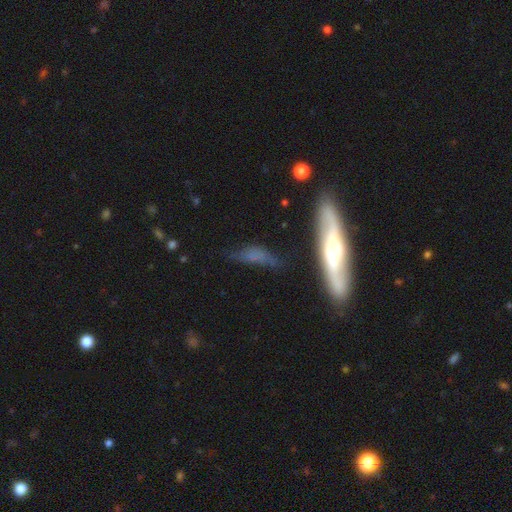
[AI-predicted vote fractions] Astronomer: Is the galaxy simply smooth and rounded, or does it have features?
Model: featured or disk — 45% (runner-up: smooth, 44%).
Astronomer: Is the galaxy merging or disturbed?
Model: none — 55%.